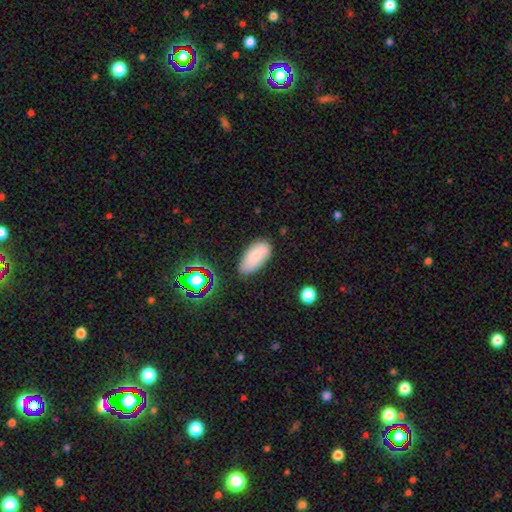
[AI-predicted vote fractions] Overall: smooth (76%). How rounded: in between (91%). Merging: none (71%).